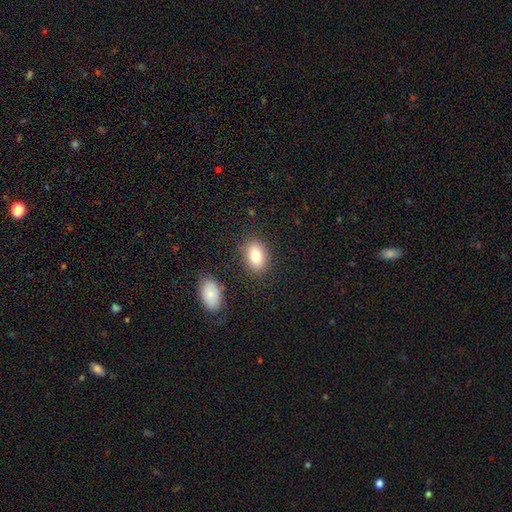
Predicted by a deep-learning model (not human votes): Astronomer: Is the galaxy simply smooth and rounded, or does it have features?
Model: smooth — 81%.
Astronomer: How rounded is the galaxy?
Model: in between — 80%.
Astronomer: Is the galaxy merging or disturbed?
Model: none — 82%.